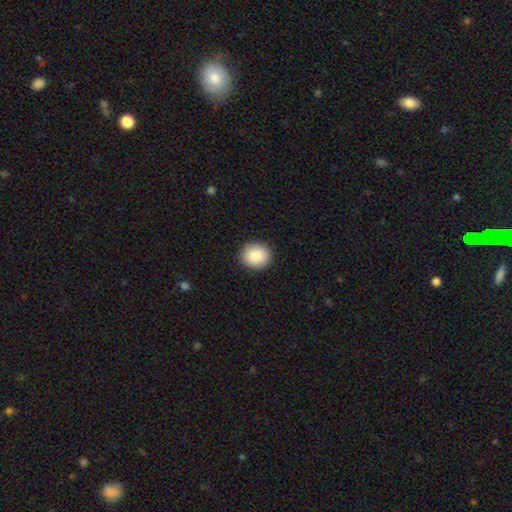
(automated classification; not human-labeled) Q: Smooth or featured?
A: smooth (89%); runner-up: star or artifact (7%)
Q: How rounded?
A: round (71%); runner-up: in between (28%)
Q: Merging?
A: none (89%); runner-up: minor disturbance (8%)